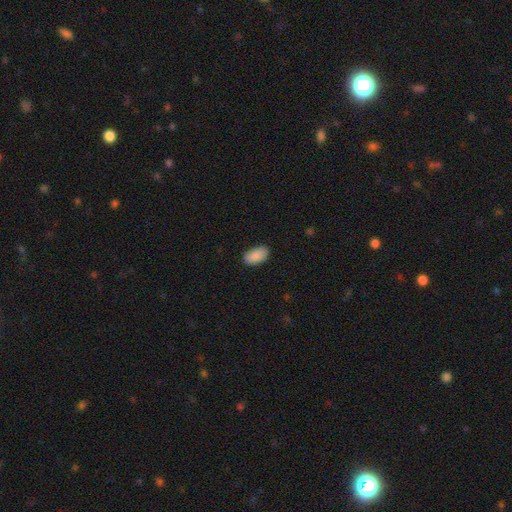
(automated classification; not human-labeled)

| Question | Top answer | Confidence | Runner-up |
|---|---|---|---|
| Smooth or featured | smooth | 89% | star or artifact (7%) |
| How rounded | in between | 94% | round (4%) |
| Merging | none | 84% | minor disturbance (13%) |